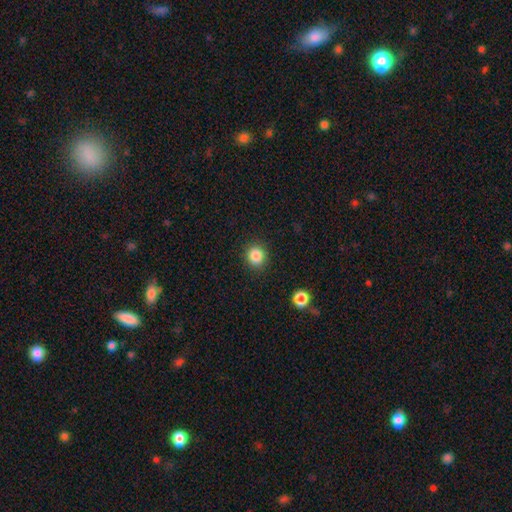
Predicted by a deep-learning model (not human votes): smooth_or_featured: smooth (p=0.86) [alt: star or artifact p=0.10]
how_rounded: round (p=0.86) [alt: in between p=0.13]
merging: none (p=0.89) [alt: minor disturbance p=0.07]